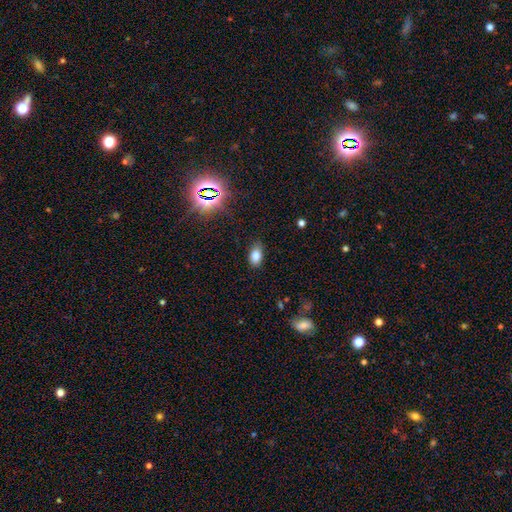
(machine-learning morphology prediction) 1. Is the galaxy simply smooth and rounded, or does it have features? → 80% smooth, 13% star or artifact, 7% featured or disk.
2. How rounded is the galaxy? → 89% in between, 9% round, 2% cigar-shaped.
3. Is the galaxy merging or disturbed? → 83% none, 13% minor disturbance, 3% major disturbance, 1% merger.